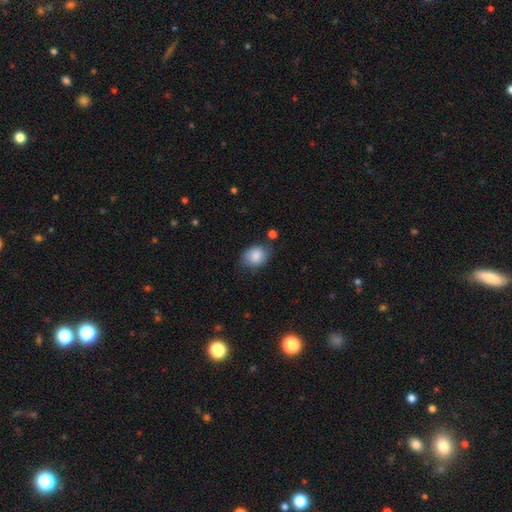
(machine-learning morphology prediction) type=smooth (81%); roundness=in between (61%); merging=none (68%).